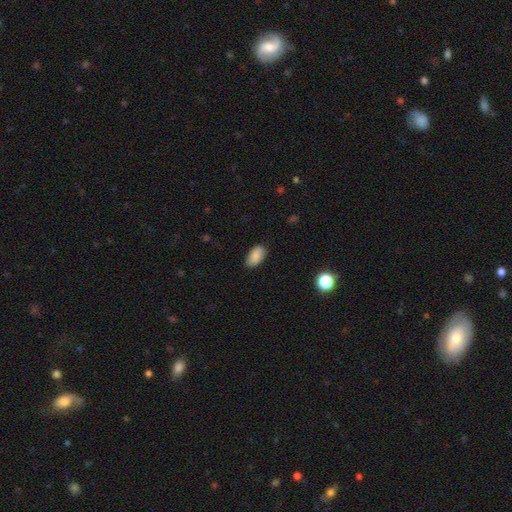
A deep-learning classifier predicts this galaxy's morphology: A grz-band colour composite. It shows a smooth galaxy with no disk features (88%) that is in between round and cigar-shaped (94%). Merging: none (85%).